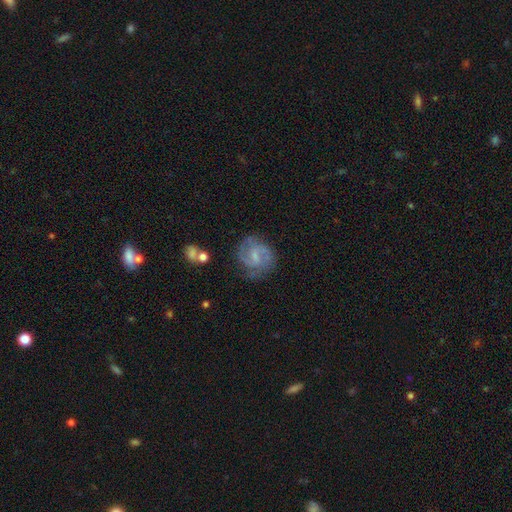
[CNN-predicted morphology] A featured or disk galaxy (76%) with a weak bar (57%), 2 (64%) medium (50%) spiral arms (92%) and a small central bulge (48%). Merging: none (68%).